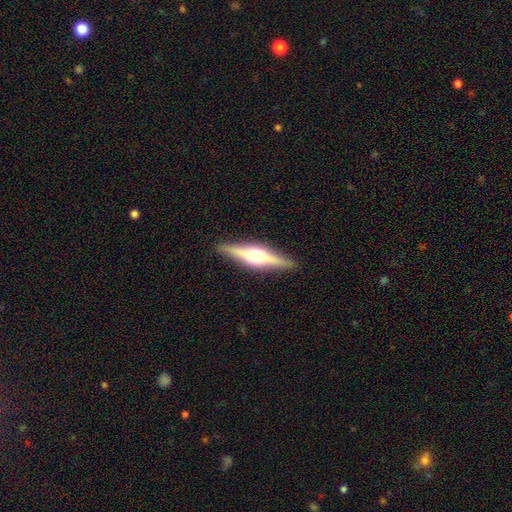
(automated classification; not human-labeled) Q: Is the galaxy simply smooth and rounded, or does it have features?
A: featured or disk — 73%.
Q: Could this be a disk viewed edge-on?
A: yes — 97%.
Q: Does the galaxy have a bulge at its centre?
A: rounded — 91%.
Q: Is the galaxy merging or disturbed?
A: none — 90%.